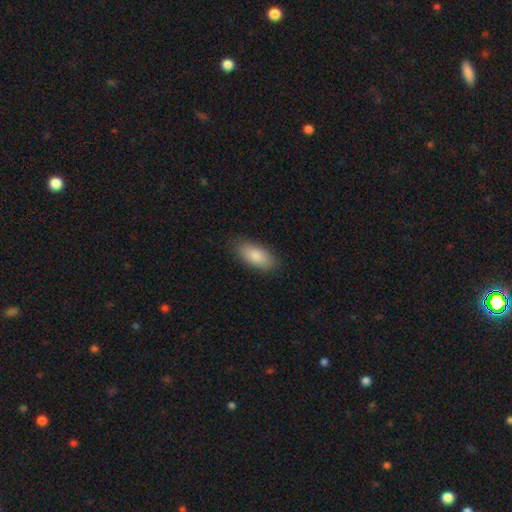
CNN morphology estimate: The model was most divided on "merging": none: 85%, minor disturbance: 11%, major disturbance: 3%, merger: 1%. More confident: how rounded — in between (89%); smooth or featured — smooth (86%).